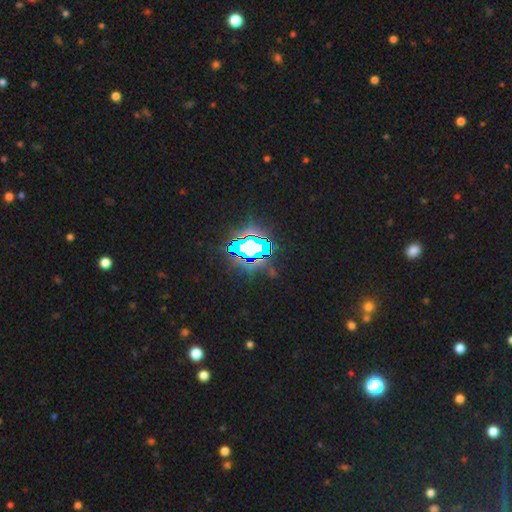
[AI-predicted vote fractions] Smooth or featured? star or artifact (73%)